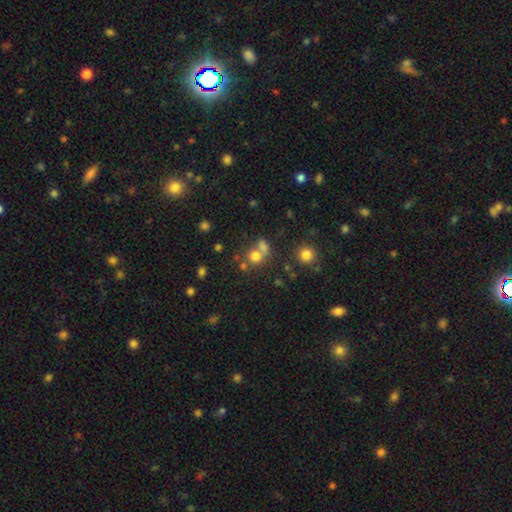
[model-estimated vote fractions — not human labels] Overall: smooth (70%). How rounded: round (82%). Merging: none (47%; merger 41%).